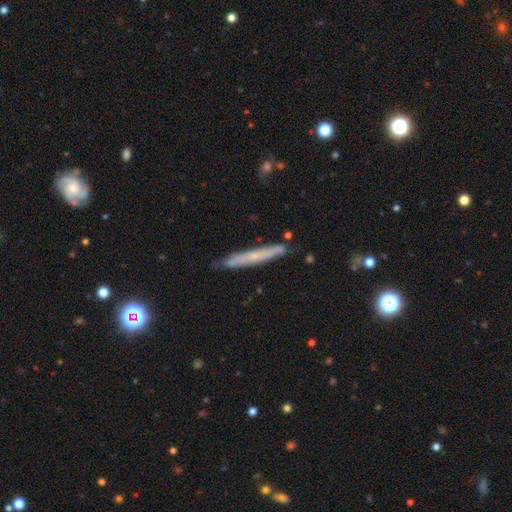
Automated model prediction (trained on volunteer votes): Overall: smooth (50%; featured or disk 41%). Merging: none (84%).